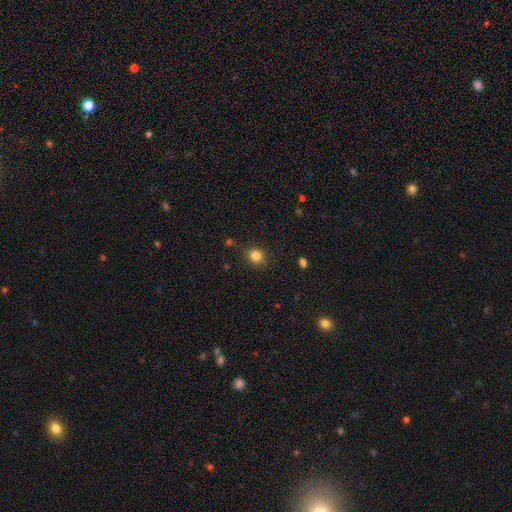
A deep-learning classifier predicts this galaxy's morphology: Smooth or featured? smooth (83%)
How rounded? round (78%)
Merging? none (83%)